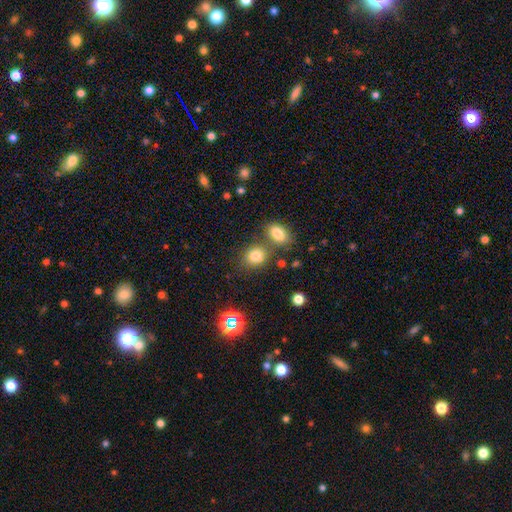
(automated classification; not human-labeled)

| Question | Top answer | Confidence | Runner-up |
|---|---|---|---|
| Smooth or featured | smooth | 78% | star or artifact (14%) |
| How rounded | round | 56% | in between (43%) |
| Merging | none | 61% | merger (23%) |